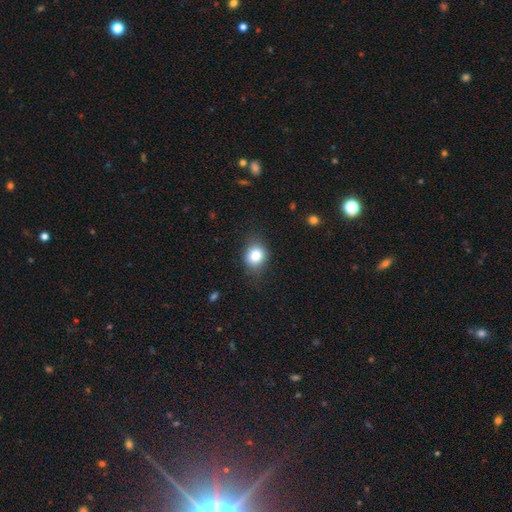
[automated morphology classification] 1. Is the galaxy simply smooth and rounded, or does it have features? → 80% smooth, 10% star or artifact, 9% featured or disk.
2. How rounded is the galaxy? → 68% round, 31% in between, 1% cigar-shaped.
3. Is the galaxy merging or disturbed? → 79% none, 15% minor disturbance, 4% major disturbance, 1% merger.